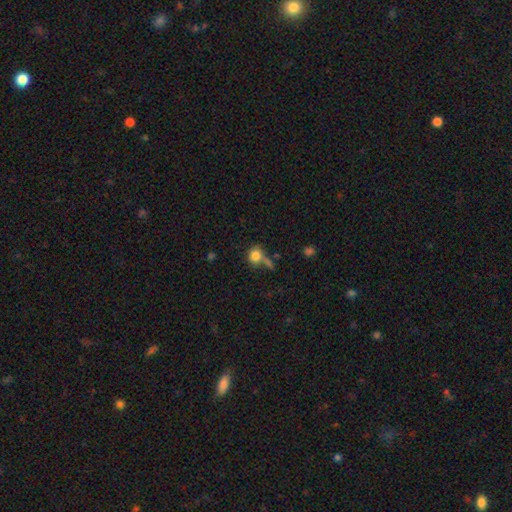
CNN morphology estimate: Overall: smooth (81%). How rounded: round (76%). Merging: none (50%; merger 23%).